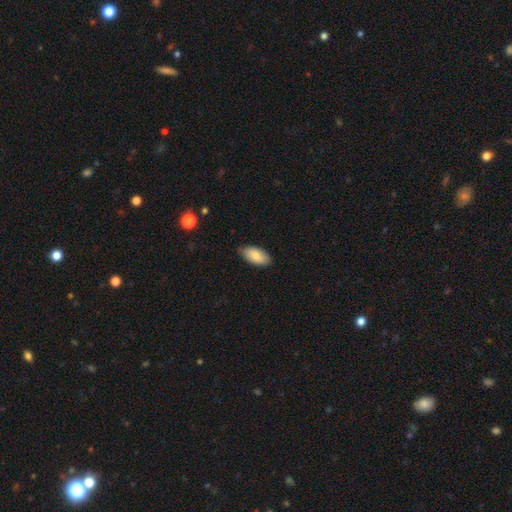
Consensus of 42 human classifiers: Overall: smooth (81%). How rounded: in between (91%). Merging: none (97%).